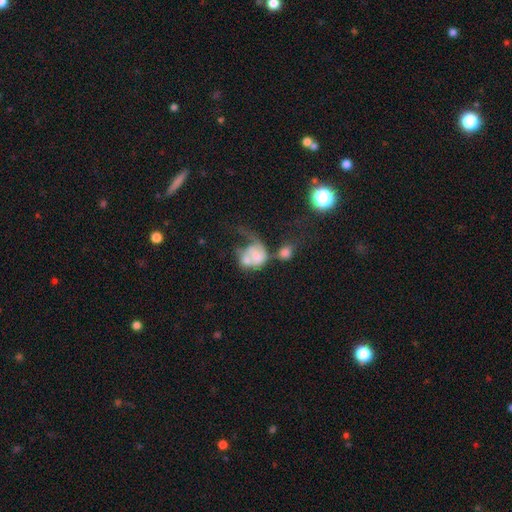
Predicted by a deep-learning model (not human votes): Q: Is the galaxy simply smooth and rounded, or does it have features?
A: smooth — 47%.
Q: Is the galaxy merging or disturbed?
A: merger — 54%.